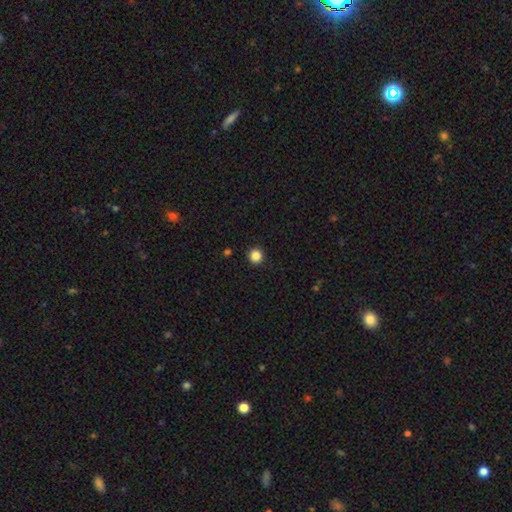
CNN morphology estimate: Q: Smooth or featured?
A: smooth (86%); runner-up: star or artifact (11%)
Q: How rounded?
A: round (95%); runner-up: in between (4%)
Q: Merging?
A: none (93%); runner-up: minor disturbance (4%)